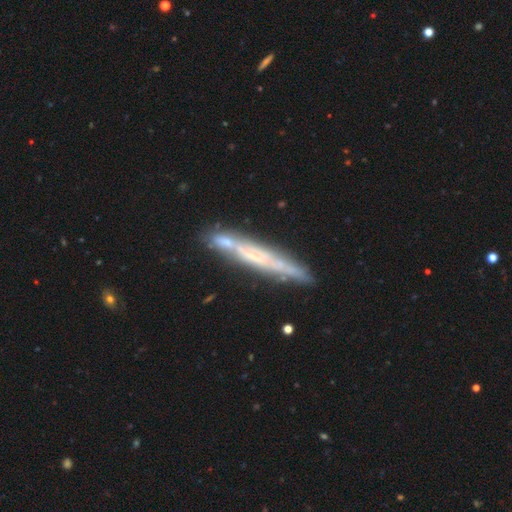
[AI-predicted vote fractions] A featured or disk galaxy (64%) viewed edge-on (87%) with no central bulge (75%). Merging: none (77%).